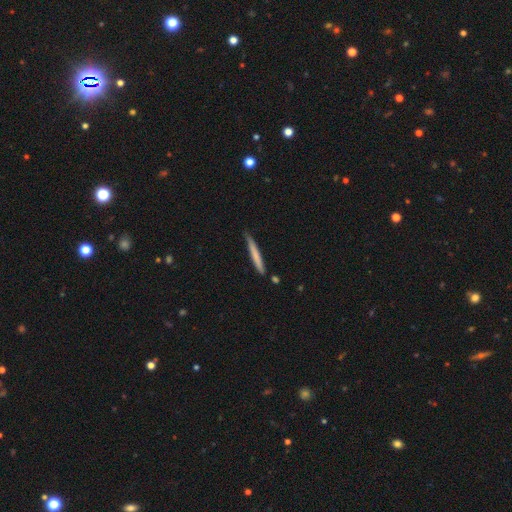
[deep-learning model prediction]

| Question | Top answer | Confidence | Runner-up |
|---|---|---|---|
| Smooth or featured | smooth | 67% | featured or disk (28%) |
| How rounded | cigar-shaped | 96% | in between (2%) |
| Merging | none | 79% | minor disturbance (16%) |